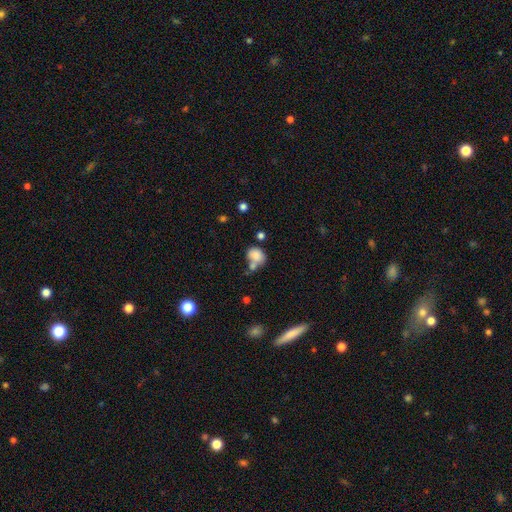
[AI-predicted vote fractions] A smooth galaxy with no disk features (81%) that is in between round and cigar-shaped (54%).

Vote fractions:
- Smooth or featured? smooth: 81% / star or artifact: 10% / featured or disk: 10%
- How rounded? in between: 54% / round: 45% / cigar-shaped: 1%
- Merging? merger: 38% (tied) / none: 38% (tied) / minor disturbance: 16% / major disturbance: 8%